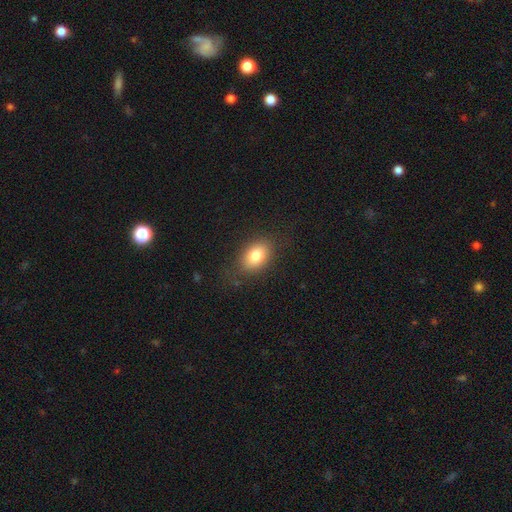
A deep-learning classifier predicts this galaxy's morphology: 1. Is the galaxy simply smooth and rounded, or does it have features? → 80% smooth, 11% featured or disk, 9% star or artifact.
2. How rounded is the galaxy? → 83% in between, 16% round, 2% cigar-shaped.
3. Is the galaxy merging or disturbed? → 81% none, 13% minor disturbance, 5% major disturbance, 1% merger.